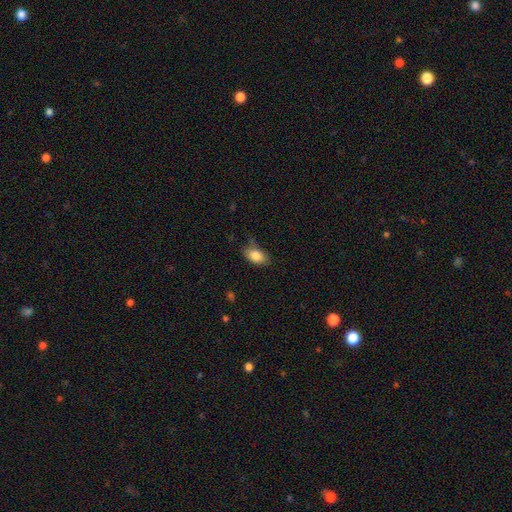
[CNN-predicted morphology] Q: Smooth or featured?
A: smooth (84%); runner-up: featured or disk (8%)
Q: How rounded?
A: in between (89%); runner-up: round (8%)
Q: Merging?
A: none (63%); runner-up: minor disturbance (28%)